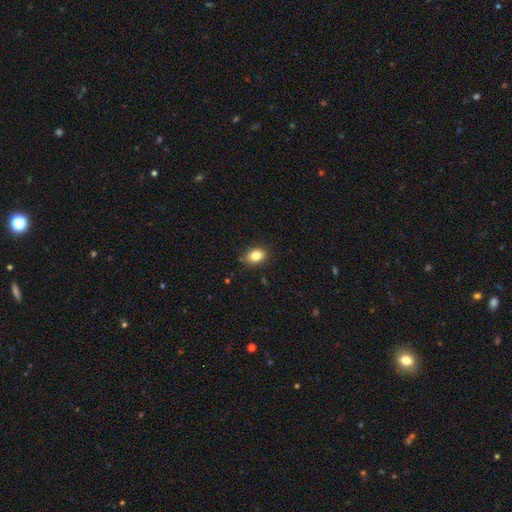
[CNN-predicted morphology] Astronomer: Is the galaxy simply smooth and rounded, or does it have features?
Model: smooth — 83%.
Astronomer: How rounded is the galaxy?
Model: in between — 71%.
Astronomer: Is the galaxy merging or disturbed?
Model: none — 83%.